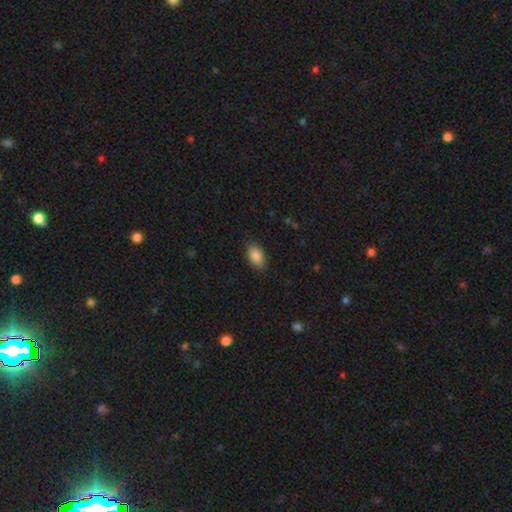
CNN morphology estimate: The model was most divided on "merging": none: 85%, minor disturbance: 12%, major disturbance: 3%, merger: 1%. More confident: how rounded — in between (92%); smooth or featured — smooth (88%).